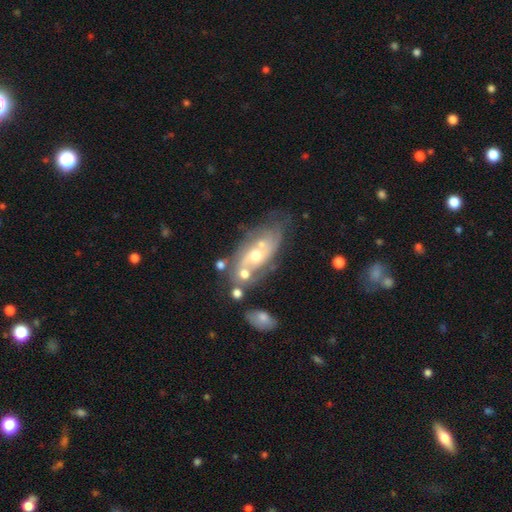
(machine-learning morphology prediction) This appears to be a featured or disk galaxy (70%) with no bar (73%), spiral arms (68%) and a moderate central bulge (64%). Merging: none (42%).